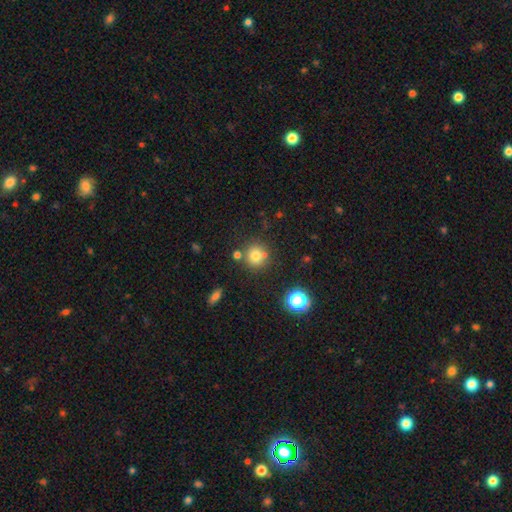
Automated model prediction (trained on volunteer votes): smooth 76%, star or artifact 15%, featured or disk 9%. Down the decision tree: how rounded — round (92%); merging — none (75%).